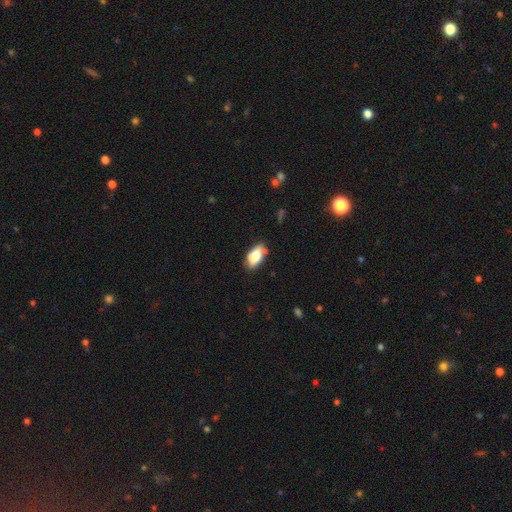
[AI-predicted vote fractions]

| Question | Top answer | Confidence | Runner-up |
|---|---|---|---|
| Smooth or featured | smooth | 71% | featured or disk (21%) |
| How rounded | in between | 91% | round (5%) |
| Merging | none | 65% | minor disturbance (25%) |